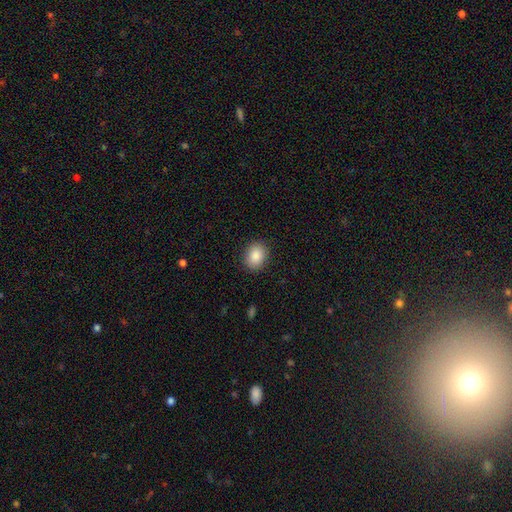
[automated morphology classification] smooth 88%, star or artifact 8%, featured or disk 5%. Down the decision tree: how rounded — in between (54%); merging — none (88%).